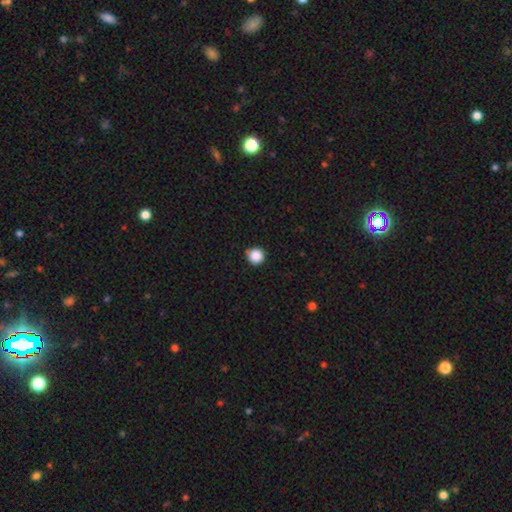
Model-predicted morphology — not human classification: smooth_or_featured: smooth (p=0.87) [alt: star or artifact p=0.10]
how_rounded: round (p=0.96) [alt: in between p=0.03]
merging: none (p=0.87) [alt: minor disturbance p=0.09]